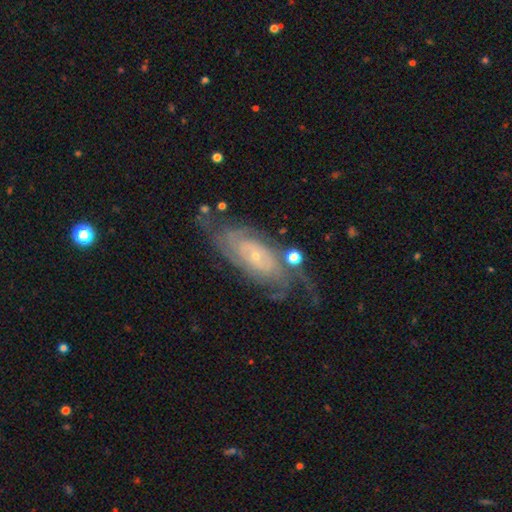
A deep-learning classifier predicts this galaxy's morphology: Q: Smooth or featured?
A: featured or disk (86%); runner-up: smooth (8%)
Q: Edge-on disk?
A: no (93%); runner-up: yes (7%)
Q: Bar?
A: no (70%); runner-up: weak (23%)
Q: Spiral arms?
A: yes (96%); runner-up: no (4%)
Q: Spiral winding?
A: tight (68%); runner-up: medium (25%)
Q: Spiral arm count?
A: can't tell (34%); runner-up: 2 (24%)
Q: Bulge size?
A: small (80%); runner-up: moderate (15%)
Q: Merging?
A: none (64%); runner-up: minor disturbance (20%)